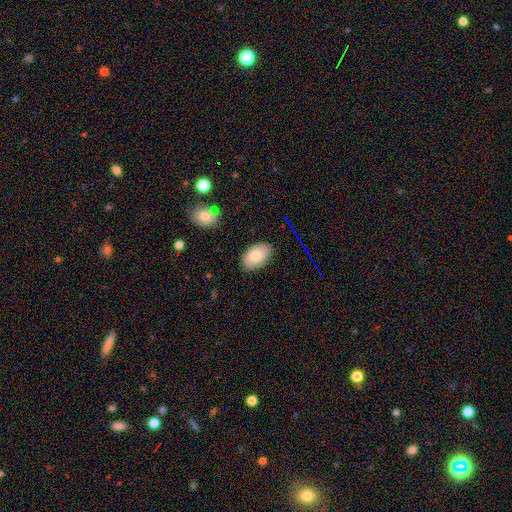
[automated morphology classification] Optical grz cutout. It shows a smooth galaxy with no disk features (79%) that is in between round and cigar-shaped (94%). Merging: none (86%).